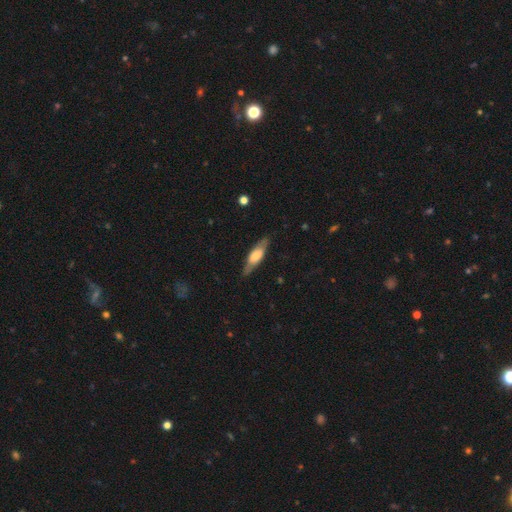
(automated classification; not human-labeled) A smooth galaxy with no disk features (49%). Merging: none (82%).